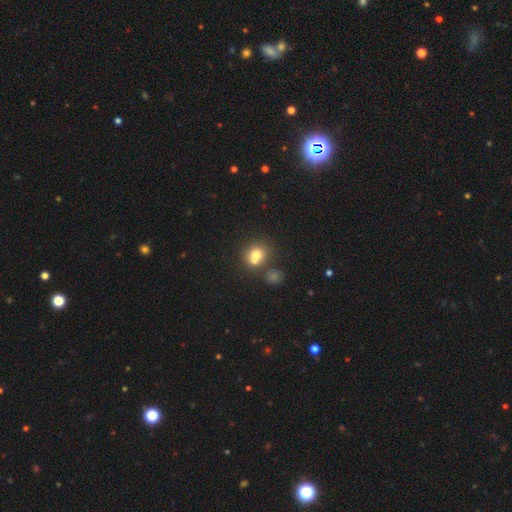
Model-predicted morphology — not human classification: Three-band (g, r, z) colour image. It shows a smooth galaxy with no disk features (75%) that is round (72%). Merging: merger (44%).